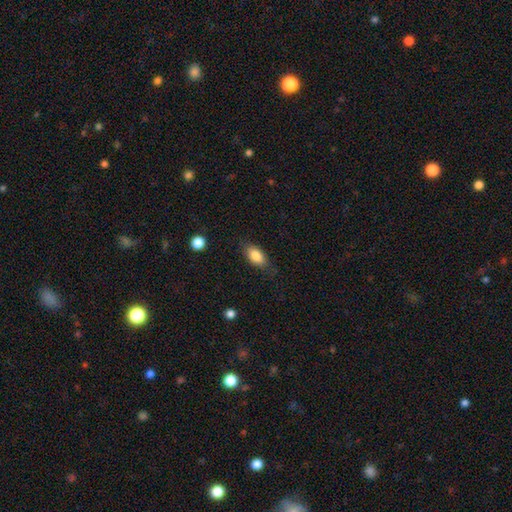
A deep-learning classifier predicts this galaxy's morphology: This appears to be a smooth galaxy with no disk features (82%) that is in between round and cigar-shaped (87%). Merging: none (75%).